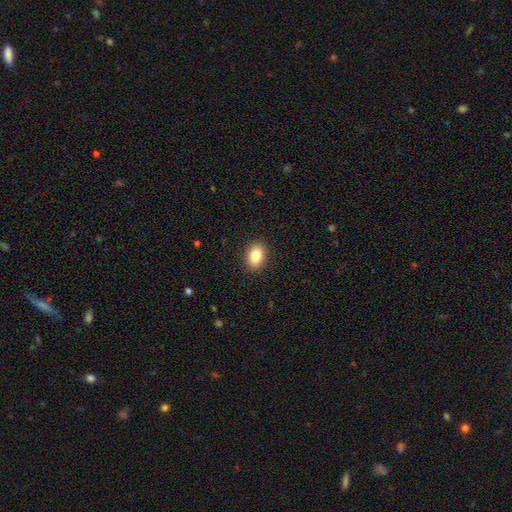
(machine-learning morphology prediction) The model was most divided on "how rounded": in between: 75%, round: 24%, cigar-shaped: 1%. More confident: merging — none (90%); smooth or featured — smooth (84%).